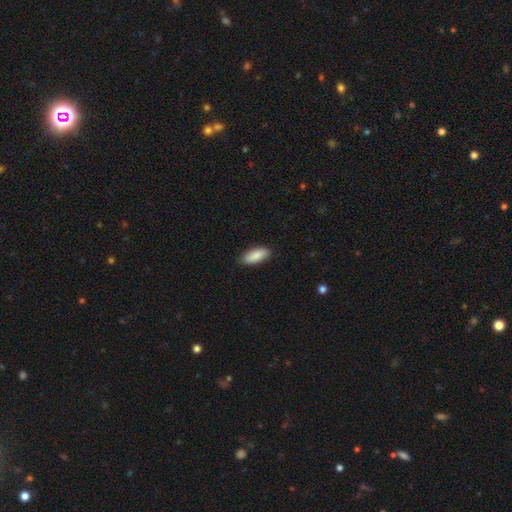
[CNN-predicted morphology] Smooth or featured?
  - smooth: 89% *
  - featured or disk: 6%
  - star or artifact: 5%
How rounded?
  - in between: 81% *
  - cigar-shaped: 17%
  - round: 2%
Merging?
  - none: 88% *
  - minor disturbance: 9%
  - major disturbance: 2%
  - merger: 1%